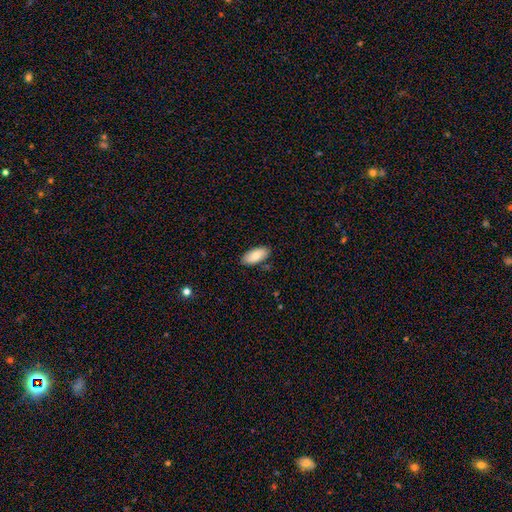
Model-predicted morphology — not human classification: A smooth galaxy with no disk features (81%) that is in between round and cigar-shaped (90%). Merging: none (85%).